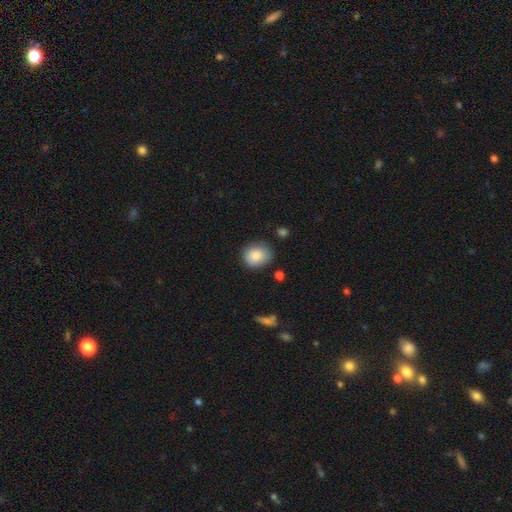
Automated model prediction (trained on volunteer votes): smooth_or_featured: smooth (p=0.85) [alt: star or artifact p=0.08]
how_rounded: round (p=0.70) [alt: in between p=0.29]
merging: none (p=0.75) [alt: minor disturbance p=0.19]